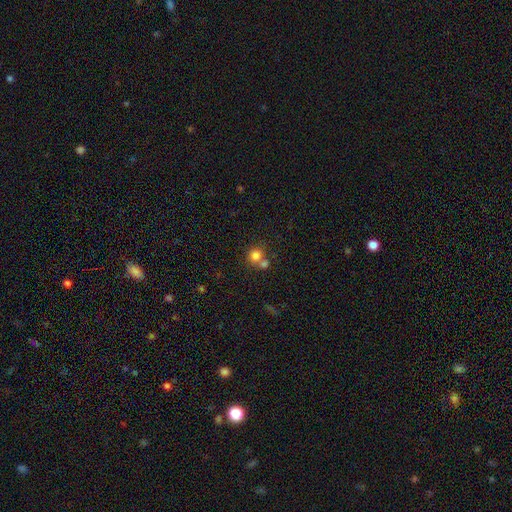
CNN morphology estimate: This is likely a smooth galaxy (79%). How rounded: clearly round (87%). Merging: possibly none (49%).